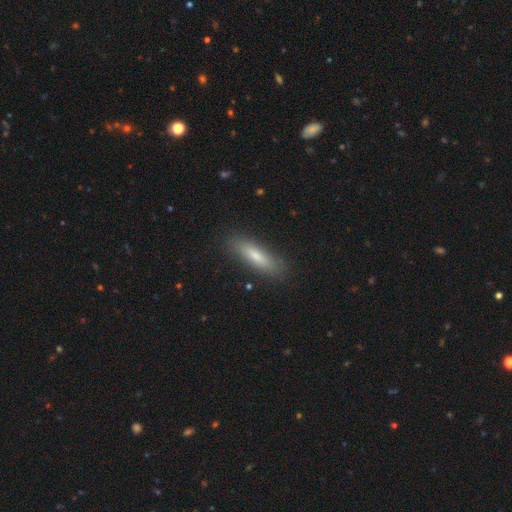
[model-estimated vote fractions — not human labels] This is likely a smooth galaxy (70%). How rounded: likely cigar-shaped (70%). Merging: clearly none (86%).